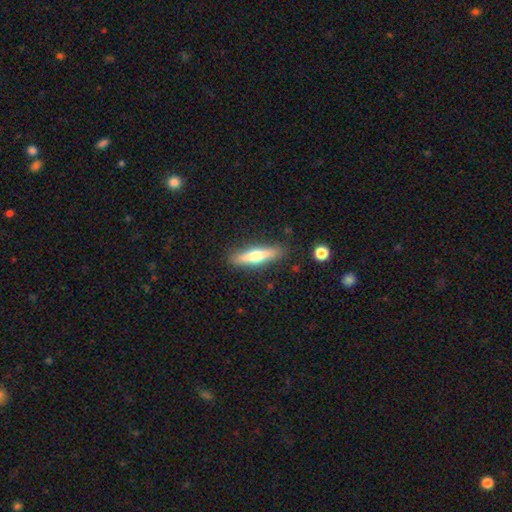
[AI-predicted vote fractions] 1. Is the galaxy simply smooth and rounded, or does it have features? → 50% smooth, 44% featured or disk, 6% star or artifact.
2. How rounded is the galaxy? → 81% cigar-shaped, 17% in between, 2% round.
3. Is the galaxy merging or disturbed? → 87% none, 9% minor disturbance, 2% major disturbance, 2% merger.